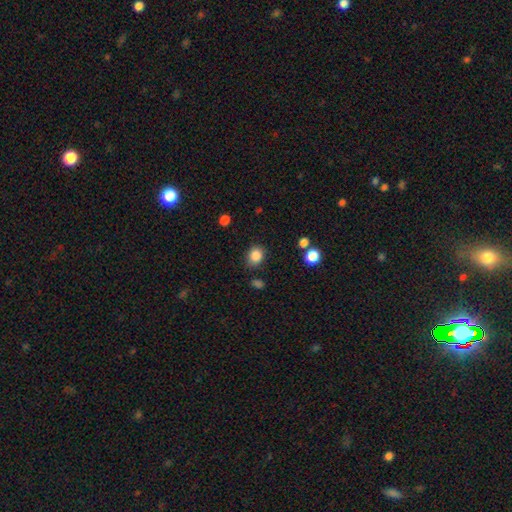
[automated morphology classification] smooth_or_featured: smooth (p=0.85) [alt: star or artifact p=0.11]
how_rounded: round (p=0.64) [alt: in between p=0.35]
merging: none (p=0.78) [alt: minor disturbance p=0.15]